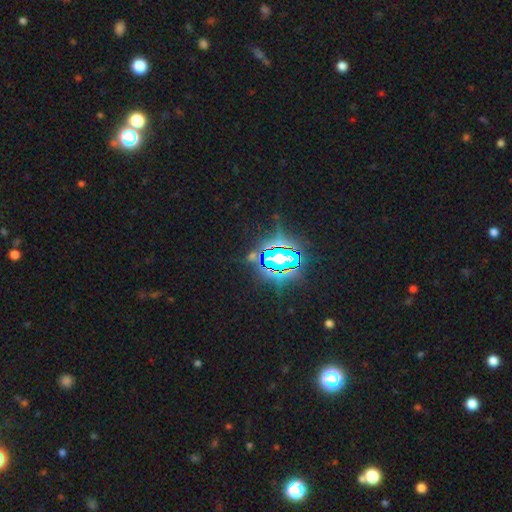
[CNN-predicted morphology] star or artifact 78%, smooth 12%, featured or disk 10%.